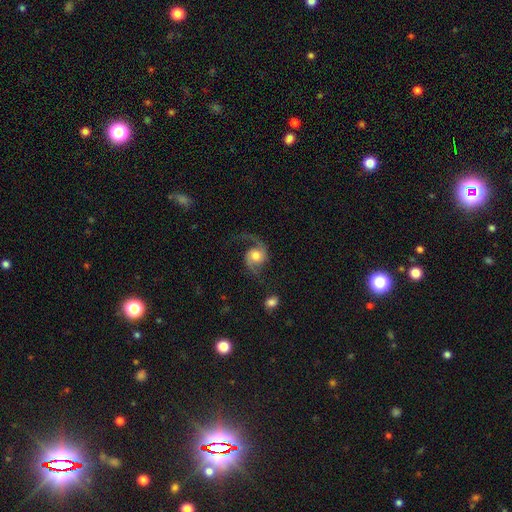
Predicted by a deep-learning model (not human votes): Smooth or featured? featured or disk (82%)
Edge-on disk? no (98%)
Bar? no (69%)
Spiral arms? yes (96%)
Spiral winding? loose (64%)
Spiral arm count? 2 (82%)
Bulge size? moderate (61%)
Merging? none (60%)